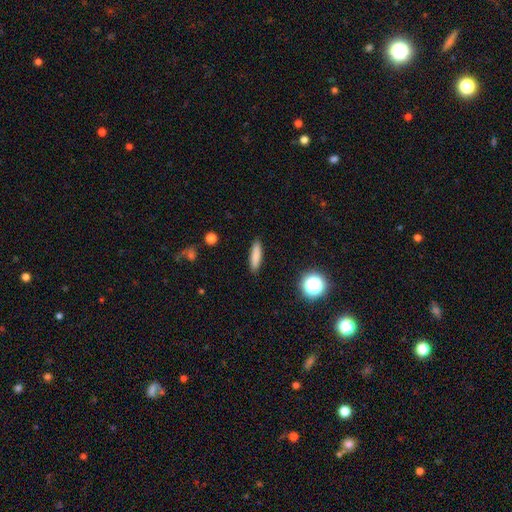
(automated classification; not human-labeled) Morphology: type=smooth (83%); roundness=cigar-shaped (71%); merging=none (90%).